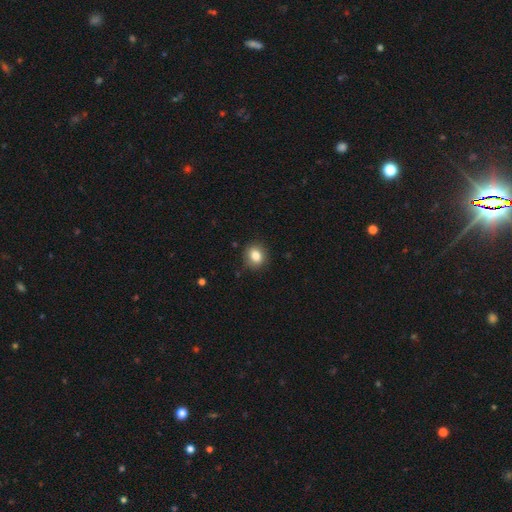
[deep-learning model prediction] Q: Smooth or featured?
A: smooth (83%); runner-up: star or artifact (10%)
Q: How rounded?
A: round (67%); runner-up: in between (32%)
Q: Merging?
A: none (87%); runner-up: minor disturbance (9%)